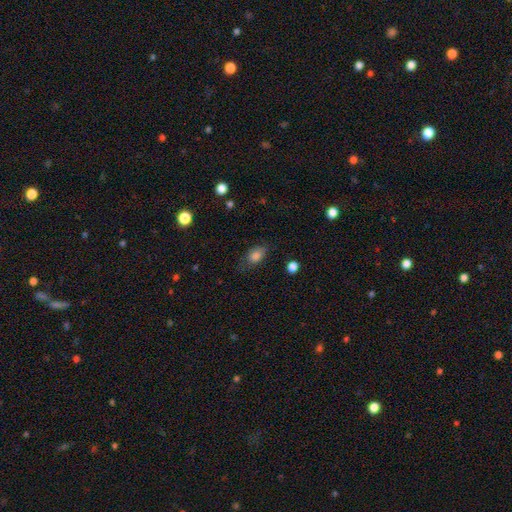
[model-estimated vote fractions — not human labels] Smooth or featured? Predicted: smooth (p=0.80). How rounded? Predicted: in between (p=0.83). Merging? Predicted: none (p=0.65).